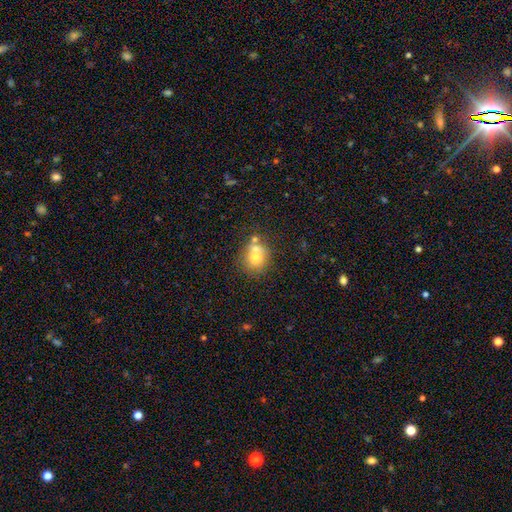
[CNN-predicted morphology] The model was most divided on "merging": none: 43%, merger: 40%, minor disturbance: 12%, major disturbance: 5%. More confident: how rounded — round (72%); smooth or featured — smooth (66%).